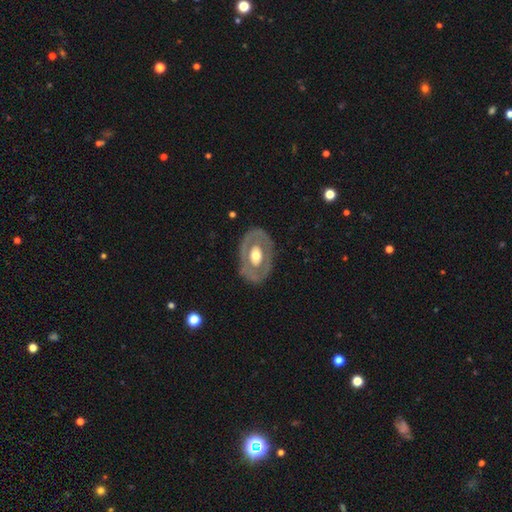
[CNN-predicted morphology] Overall: featured or disk (61%; smooth 34%). Edge-on disk: no (92%). Bar: no (81%). Spiral arms: no (83%). Bulge size: moderate (62%; large 30%). Merging: none (78%).